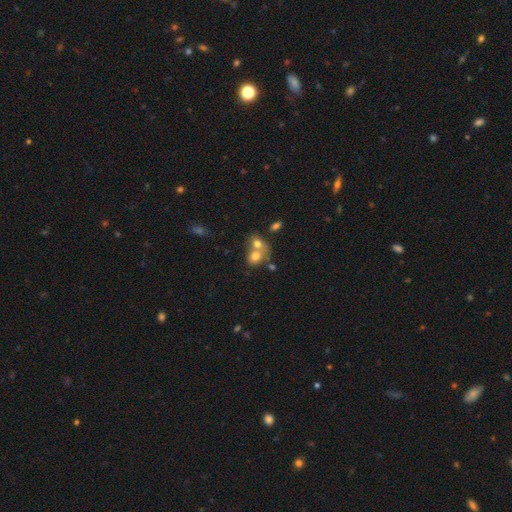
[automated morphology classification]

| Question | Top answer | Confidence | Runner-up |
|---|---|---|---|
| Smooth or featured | smooth | 68% | featured or disk (20%) |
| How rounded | round | 61% | in between (38%) |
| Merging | merger | 65% | none (24%) |